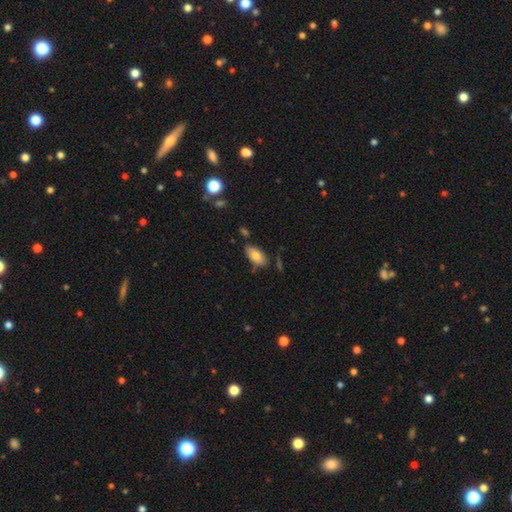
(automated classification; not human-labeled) The model was most divided on "merging": none: 72%, minor disturbance: 18%, merger: 6%, major disturbance: 4%. More confident: how rounded — in between (93%); smooth or featured — smooth (79%).